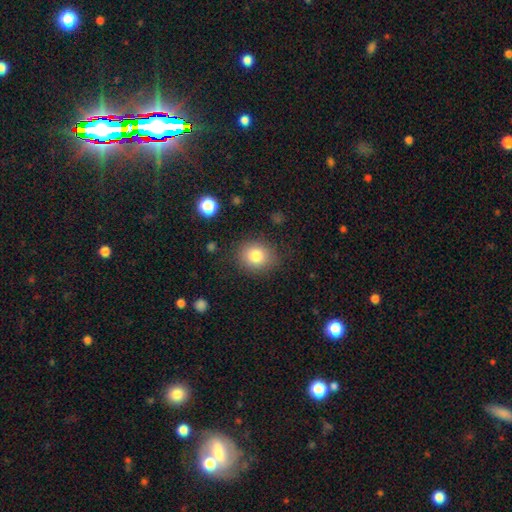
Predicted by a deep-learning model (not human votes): A smooth galaxy with no disk features (81%) that is round (72%).

Vote fractions:
- Smooth or featured? smooth: 81% / star or artifact: 11% / featured or disk: 8%
- How rounded? round: 72% / in between: 27% / cigar-shaped: 1%
- Merging? none: 83% / minor disturbance: 11% / major disturbance: 4% / merger: 1%